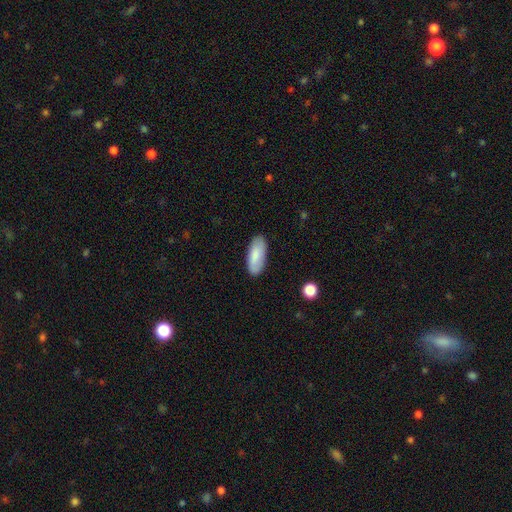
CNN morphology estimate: Overall: smooth (80%). How rounded: in between (86%). Merging: none (85%).